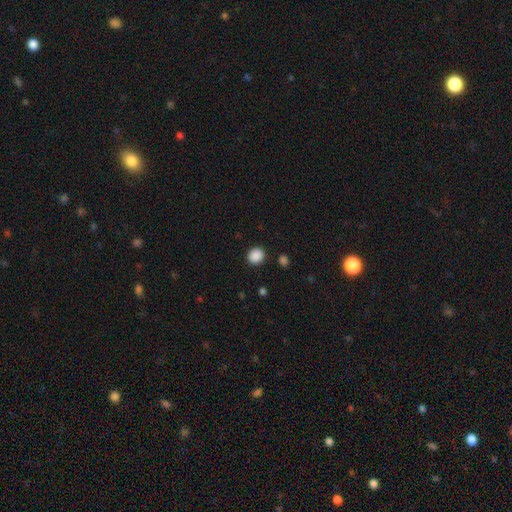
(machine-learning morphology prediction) Overall: smooth (89%). How rounded: round (80%). Merging: none (89%).